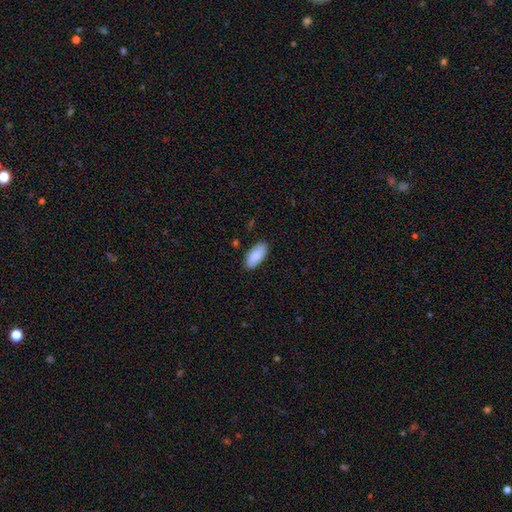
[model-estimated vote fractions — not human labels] The model was most divided on "smooth or featured": smooth: 83%, featured or disk: 11%, star or artifact: 6%. More confident: how rounded — in between (91%); merging — none (86%).